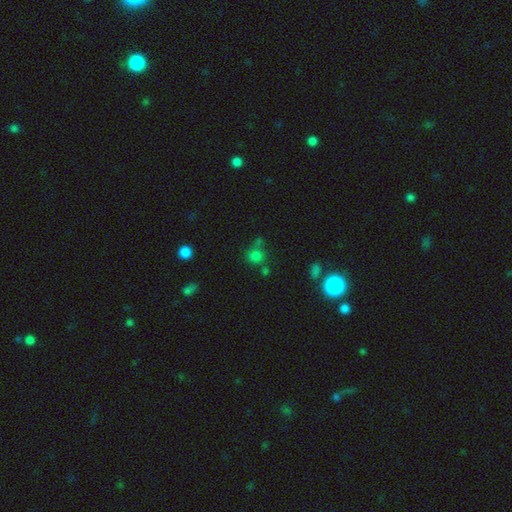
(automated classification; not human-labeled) smooth 73%, star or artifact 20%, featured or disk 7%. Down the decision tree: how rounded — round (85%); merging — none (61%).